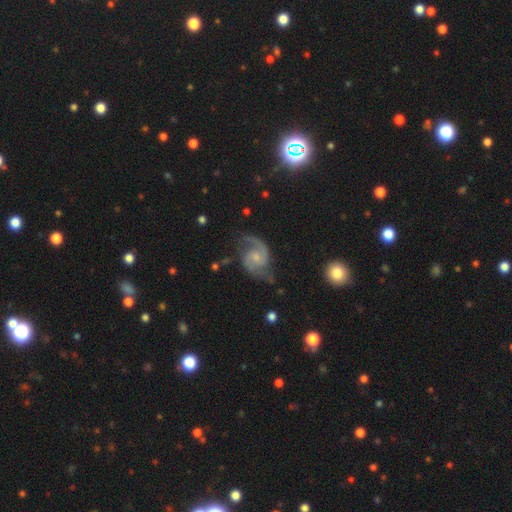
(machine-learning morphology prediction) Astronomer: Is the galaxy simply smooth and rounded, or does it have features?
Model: featured or disk — 91%.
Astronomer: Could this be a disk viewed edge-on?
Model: no — 98%.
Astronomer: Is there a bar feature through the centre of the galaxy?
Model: no — 53% (runner-up: weak, 40%).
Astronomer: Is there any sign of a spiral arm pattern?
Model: yes — 98%.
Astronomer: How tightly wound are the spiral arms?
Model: medium — 58%.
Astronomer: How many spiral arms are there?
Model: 2 — 93%.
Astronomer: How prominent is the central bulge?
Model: small — 58%.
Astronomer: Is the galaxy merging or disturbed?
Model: none — 71%.